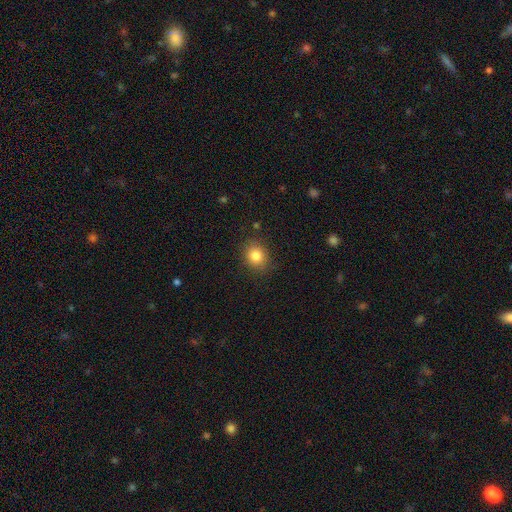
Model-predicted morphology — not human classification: This is clearly a smooth galaxy (83%). How rounded: likely round (64%). Merging: clearly none (85%).